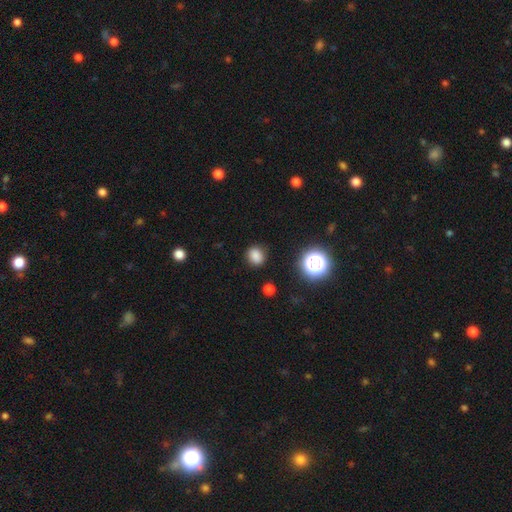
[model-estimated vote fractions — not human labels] This is clearly a smooth galaxy (81%). How rounded: likely round (71%). Merging: clearly none (86%).